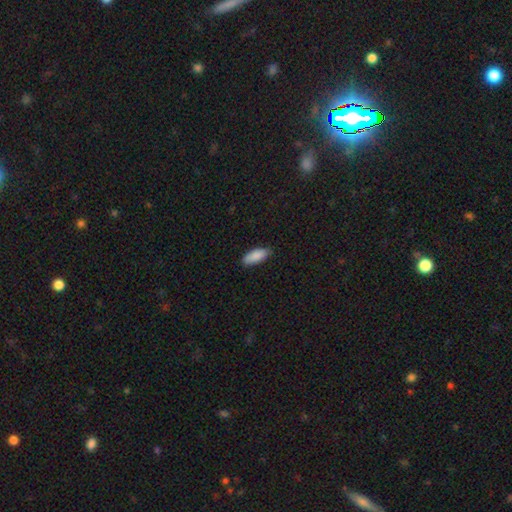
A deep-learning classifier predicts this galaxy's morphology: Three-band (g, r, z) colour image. It shows a smooth galaxy with no disk features (88%) that is in between round and cigar-shaped (79%). Merging: none (83%).